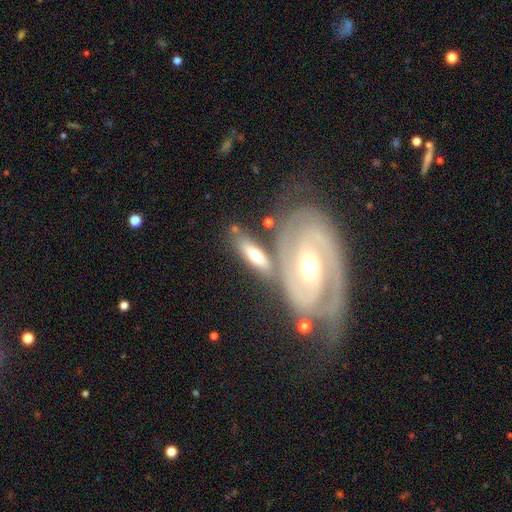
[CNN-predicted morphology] A smooth galaxy with no disk features (53%) that is in between round and cigar-shaped (62%).

Vote fractions:
- Smooth or featured? smooth: 53% / featured or disk: 41% / star or artifact: 6%
- How rounded? in between: 62% / cigar-shaped: 34% / round: 4%
- Merging? none: 52% / merger: 29% / minor disturbance: 14% / major disturbance: 6%